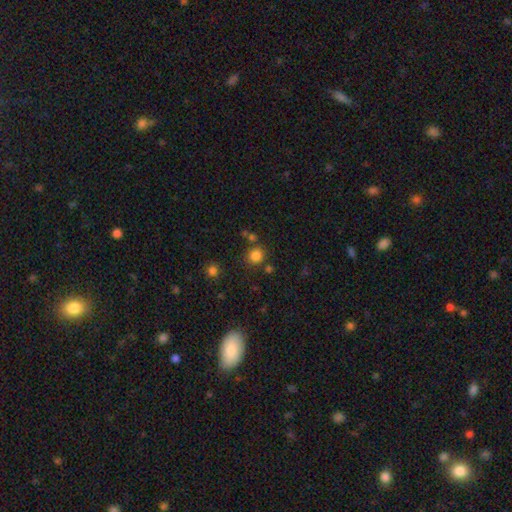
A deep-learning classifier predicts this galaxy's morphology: Smooth or featured? Predicted: smooth (p=0.81). How rounded? Predicted: round (p=0.83). Merging? Predicted: none (p=0.78).